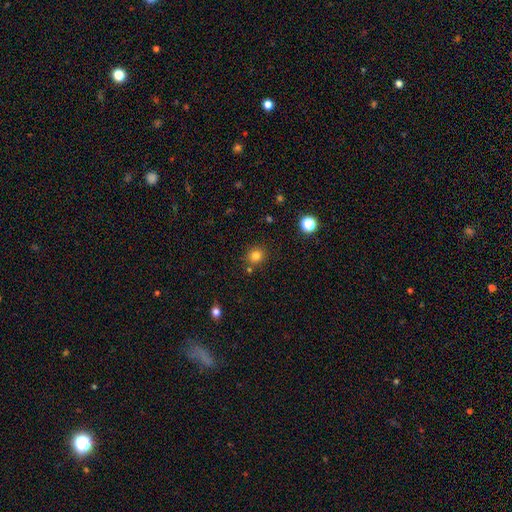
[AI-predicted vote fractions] A smooth galaxy with no disk features (80%) that is round (84%).

Vote fractions:
- Smooth or featured? smooth: 80% / star or artifact: 14% / featured or disk: 6%
- How rounded? round: 84% / in between: 15% / cigar-shaped: 1%
- Merging? none: 83% / minor disturbance: 9% / merger: 6% / major disturbance: 3%